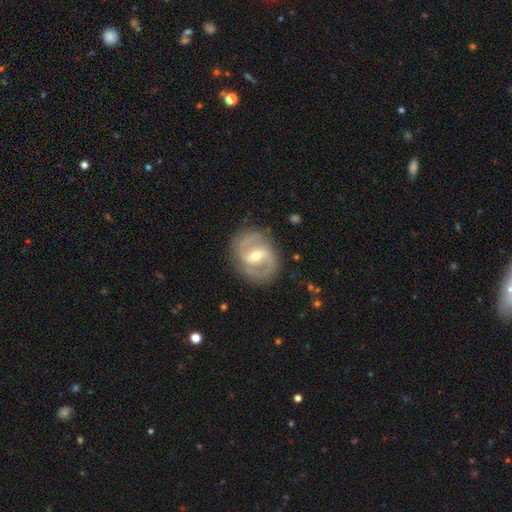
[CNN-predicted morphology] The model was most divided on "bar": weak: 49%, strong: 36%, no: 15%. More confident: edge-on disk — no (97%); spiral arms — yes (91%); spiral arm count — 2 (88%); smooth or featured — featured or disk (85%); merging — none (83%); bulge size — moderate (62%); spiral winding — medium (51%).